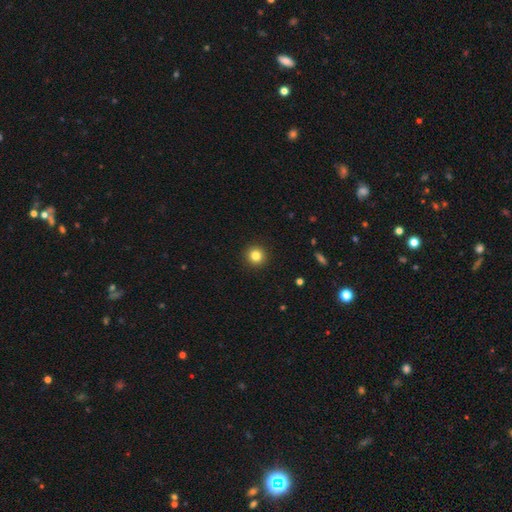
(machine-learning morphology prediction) Smooth or featured?
  - smooth: 83% *
  - star or artifact: 11%
  - featured or disk: 6%
How rounded?
  - round: 95% *
  - in between: 5%
  - cigar-shaped: 1%
Merging?
  - none: 93% *
  - minor disturbance: 4%
  - major disturbance: 2%
  - merger: 1%